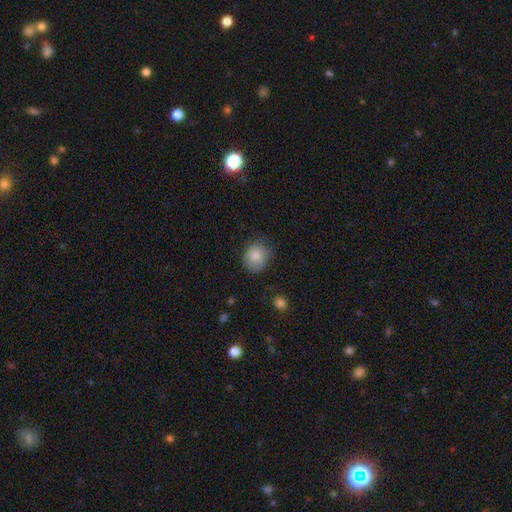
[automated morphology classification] Smooth or featured? Predicted: smooth (p=0.85). How rounded? Predicted: round (p=0.74). Merging? Predicted: none (p=0.69).